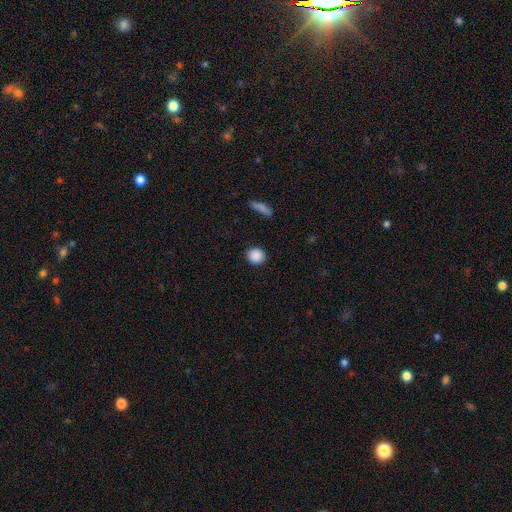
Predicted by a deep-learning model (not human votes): Smooth or featured?
  - smooth: 88% *
  - star or artifact: 8%
  - featured or disk: 3%
How rounded?
  - round: 90% *
  - in between: 9%
  - cigar-shaped: 1%
Merging?
  - none: 91% *
  - minor disturbance: 6%
  - major disturbance: 2%
  - merger: 1%